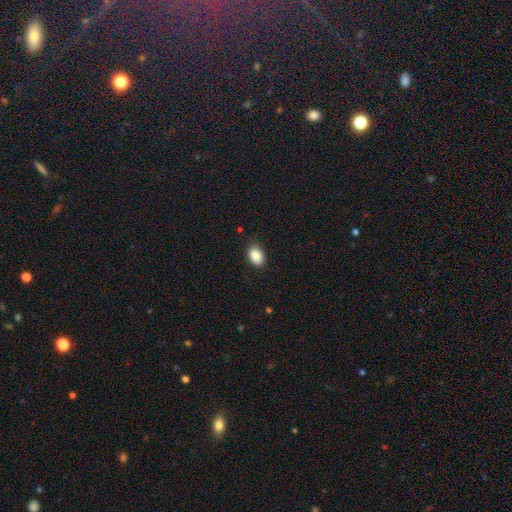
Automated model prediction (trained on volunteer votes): Smooth or featured? smooth (87%)
How rounded? in between (82%)
Merging? none (86%)